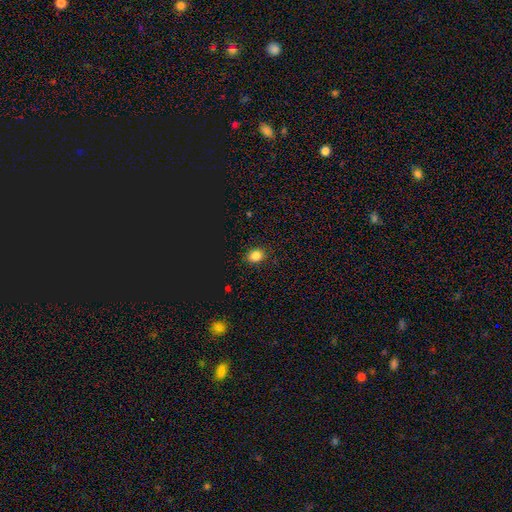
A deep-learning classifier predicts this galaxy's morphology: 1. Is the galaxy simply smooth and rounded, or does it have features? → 81% smooth, 14% star or artifact, 5% featured or disk.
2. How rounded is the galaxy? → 55% round, 44% in between, 1% cigar-shaped.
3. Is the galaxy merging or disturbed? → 87% none, 9% minor disturbance, 2% major disturbance, 1% merger.